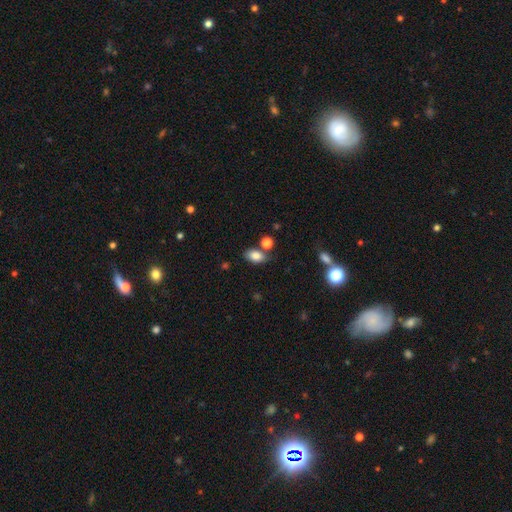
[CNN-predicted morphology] type=smooth (83%); roundness=in between (87%); merging=none (69%).